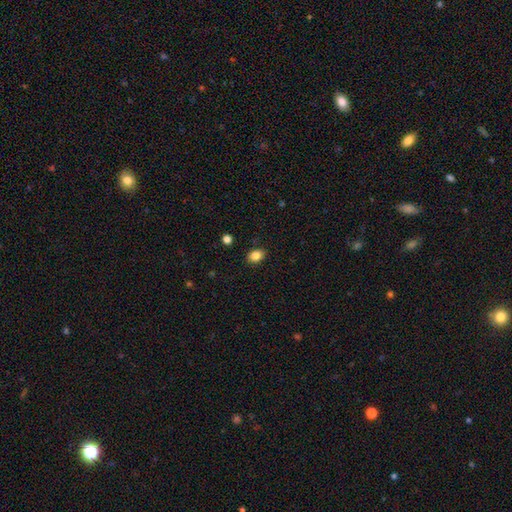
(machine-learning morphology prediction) Overall: smooth (85%). How rounded: in between (68%; round 31%). Merging: none (87%).